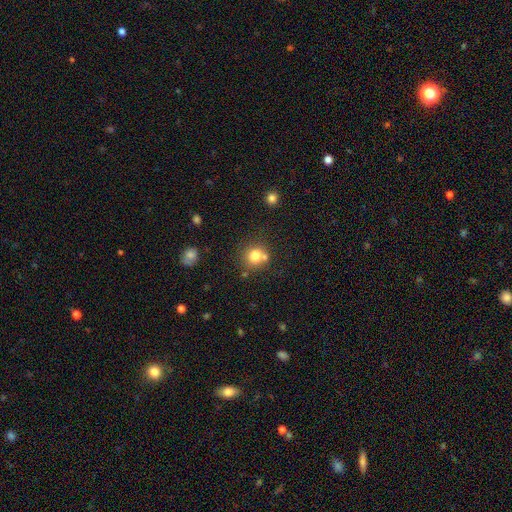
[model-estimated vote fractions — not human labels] smooth 77%, star or artifact 12%, featured or disk 11%. Down the decision tree: how rounded — round (88%); merging — none (63%).